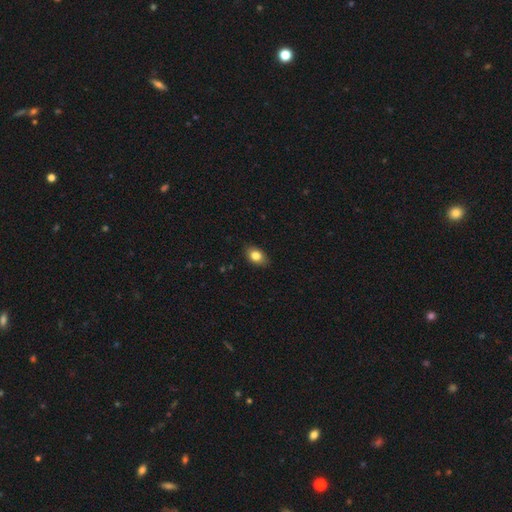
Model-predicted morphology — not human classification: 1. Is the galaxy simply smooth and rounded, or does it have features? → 81% smooth, 10% featured or disk, 8% star or artifact.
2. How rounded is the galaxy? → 82% in between, 16% round, 2% cigar-shaped.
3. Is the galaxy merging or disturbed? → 85% none, 12% minor disturbance, 2% major disturbance, 1% merger.